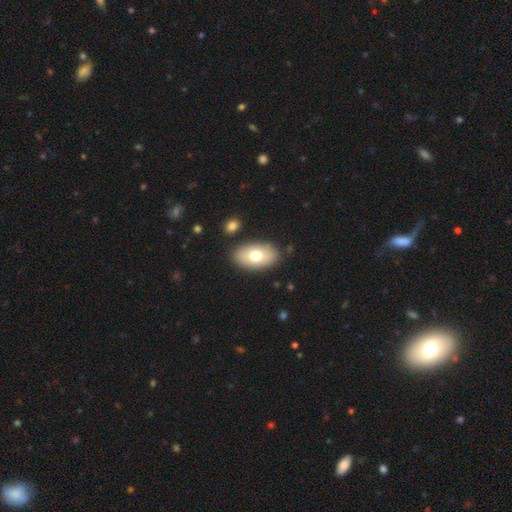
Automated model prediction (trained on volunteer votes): Overall: smooth (72%). How rounded: in between (93%). Merging: none (85%).